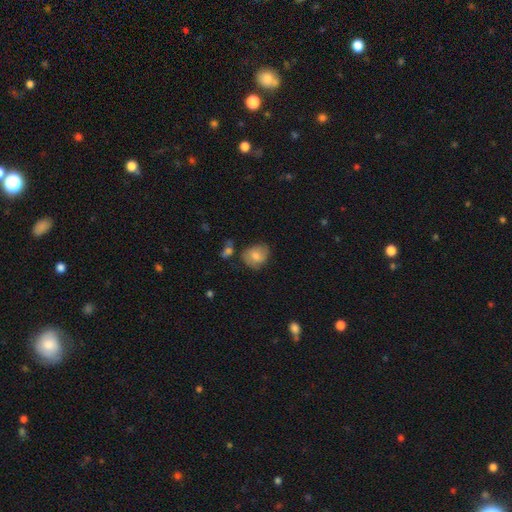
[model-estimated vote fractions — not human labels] Smooth or featured? smooth (65%)
How rounded? round (56%)
Merging? none (64%)